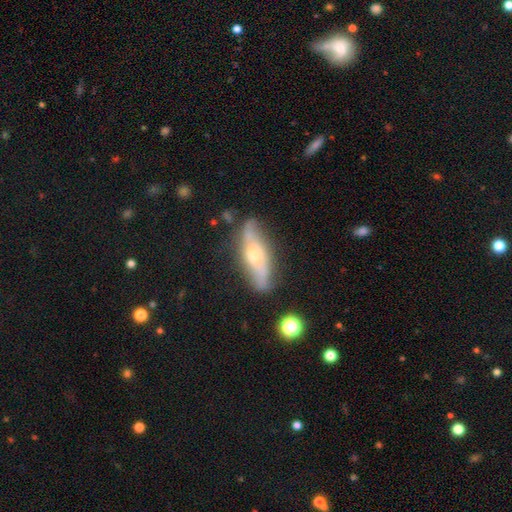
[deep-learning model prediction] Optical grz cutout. It shows a featured or disk galaxy (62%) viewed edge-on (55%). Merging: none (75%).